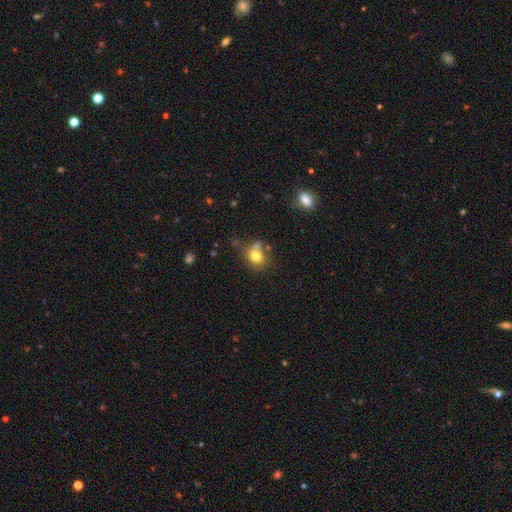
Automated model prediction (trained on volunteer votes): Smooth or featured? Predicted: smooth (p=0.77). How rounded? Predicted: round (p=0.60). Merging? Predicted: none (p=0.54).